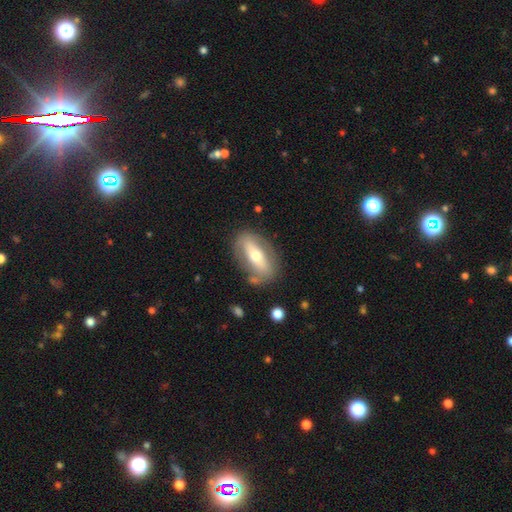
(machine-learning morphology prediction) Smooth or featured?
  - featured or disk: 52% *
  - smooth: 41%
  - star or artifact: 7%
Edge-on disk?
  - no: 69% *
  - yes: 31%
Merging?
  - none: 77% *
  - minor disturbance: 14%
  - major disturbance: 6%
  - merger: 3%